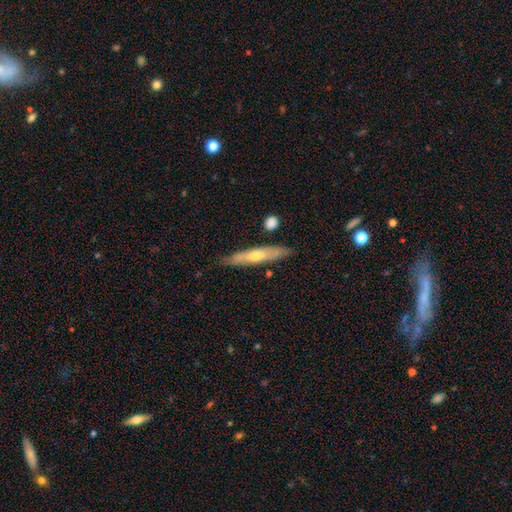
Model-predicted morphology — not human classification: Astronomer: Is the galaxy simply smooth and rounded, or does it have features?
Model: featured or disk — 56% (runner-up: smooth, 37%).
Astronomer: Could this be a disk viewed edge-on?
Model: yes — 79%.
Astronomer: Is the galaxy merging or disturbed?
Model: none — 84%.